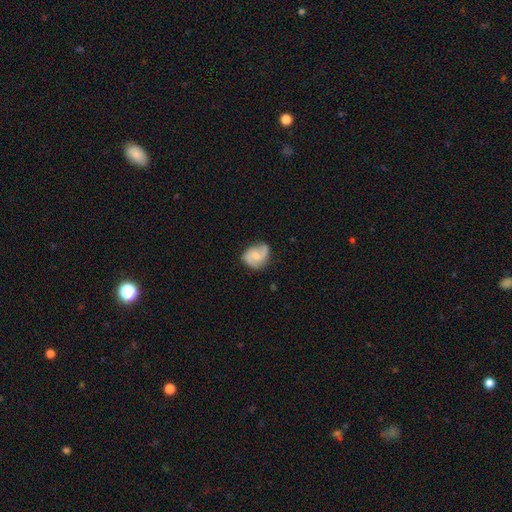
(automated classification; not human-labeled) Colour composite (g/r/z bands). It shows a featured or disk galaxy (65%) with no bar (58%), 2 (79%) medium (47%) spiral arms (93%) and a small central bulge (45%). Merging: none (64%).